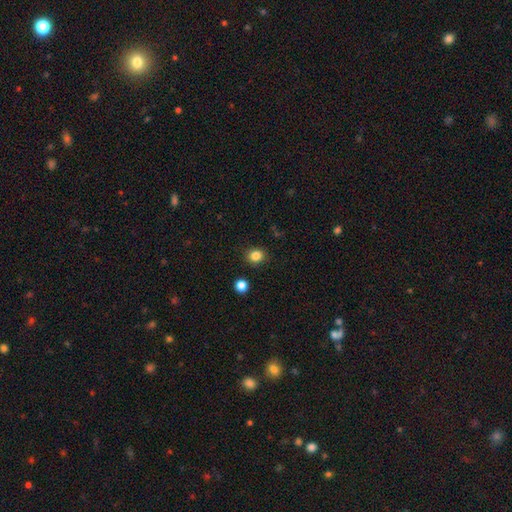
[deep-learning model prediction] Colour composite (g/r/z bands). It shows a smooth galaxy with no disk features (84%) that is round (73%). Merging: none (88%).